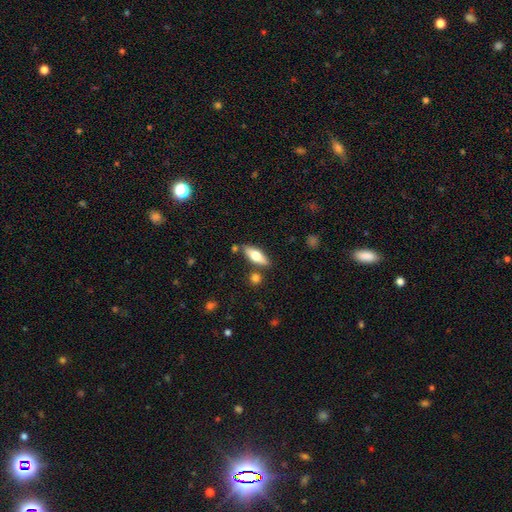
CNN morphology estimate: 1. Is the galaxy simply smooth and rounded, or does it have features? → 59% smooth, 34% featured or disk, 6% star or artifact.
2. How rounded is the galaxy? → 63% in between, 35% cigar-shaped, 3% round.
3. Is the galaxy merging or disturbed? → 80% none, 11% minor disturbance, 6% merger, 3% major disturbance.